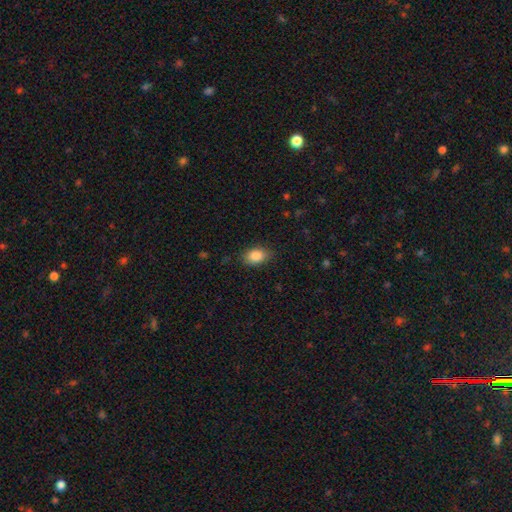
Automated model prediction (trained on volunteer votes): Smooth or featured? smooth (86%)
How rounded? in between (81%)
Merging? none (83%)